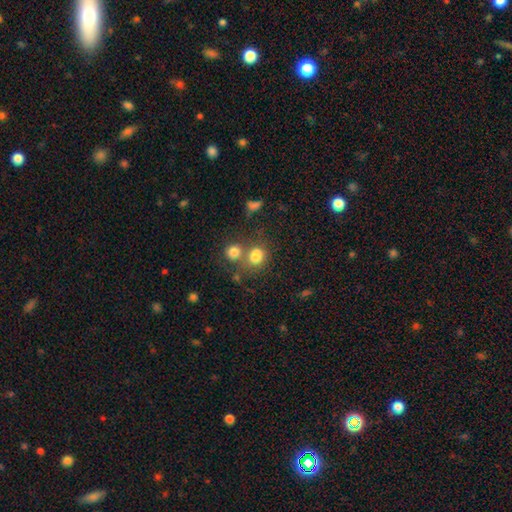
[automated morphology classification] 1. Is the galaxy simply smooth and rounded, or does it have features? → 79% smooth, 12% star or artifact, 9% featured or disk.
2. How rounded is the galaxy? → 63% round, 36% in between, 1% cigar-shaped.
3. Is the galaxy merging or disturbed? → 45% none, 38% merger, 11% minor disturbance, 6% major disturbance.